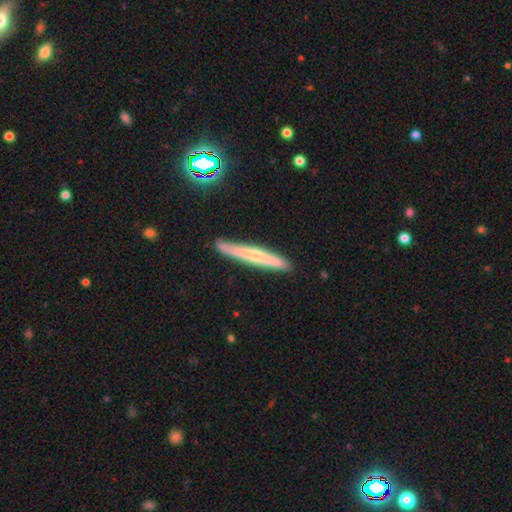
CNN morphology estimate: Q: Smooth or featured?
A: smooth (50%); runner-up: featured or disk (43%)
Q: How rounded?
A: cigar-shaped (96%); runner-up: in between (3%)
Q: Merging?
A: none (86%); runner-up: minor disturbance (10%)